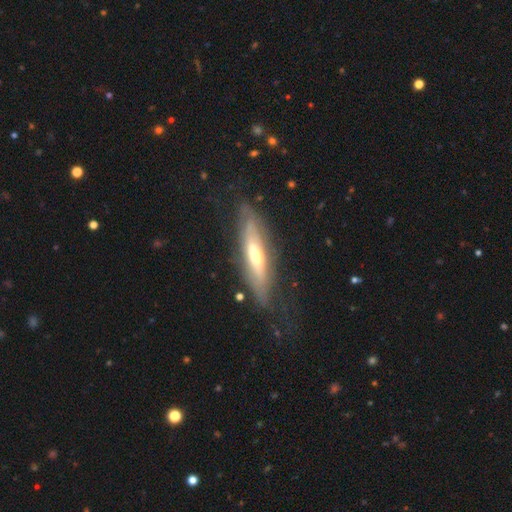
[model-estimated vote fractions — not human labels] This is likely a featured or disk galaxy (68%). It is possibly viewed edge-on (54%). Merging: likely none (68%).